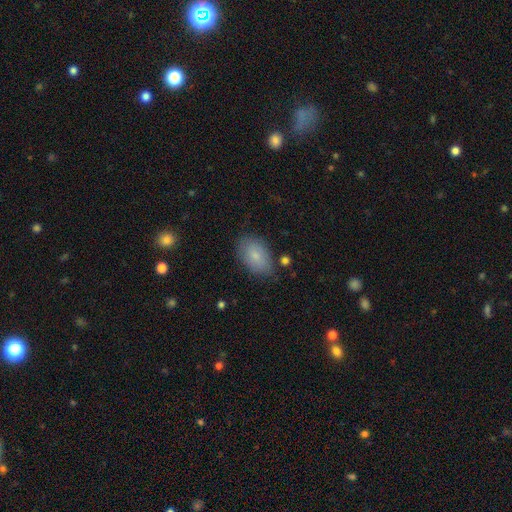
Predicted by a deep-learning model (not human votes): Smooth or featured?
  - smooth: 80% *
  - featured or disk: 13%
  - star or artifact: 7%
How rounded?
  - in between: 90% *
  - round: 8%
  - cigar-shaped: 1%
Merging?
  - none: 76% *
  - minor disturbance: 18%
  - major disturbance: 4%
  - merger: 2%